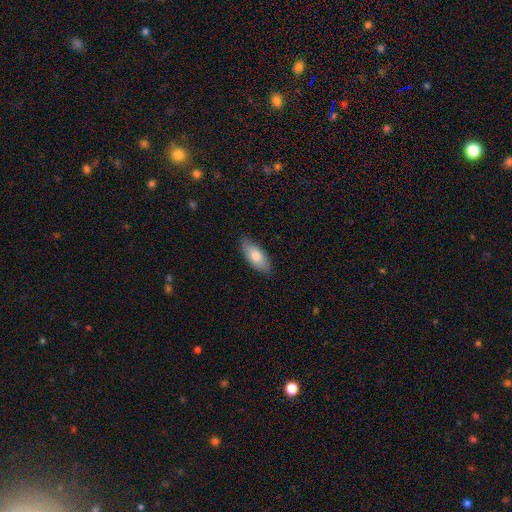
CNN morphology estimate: The model was most divided on "smooth or featured": smooth: 75%, featured or disk: 19%, star or artifact: 6%. More confident: merging — none (84%); how rounded — in between (84%).